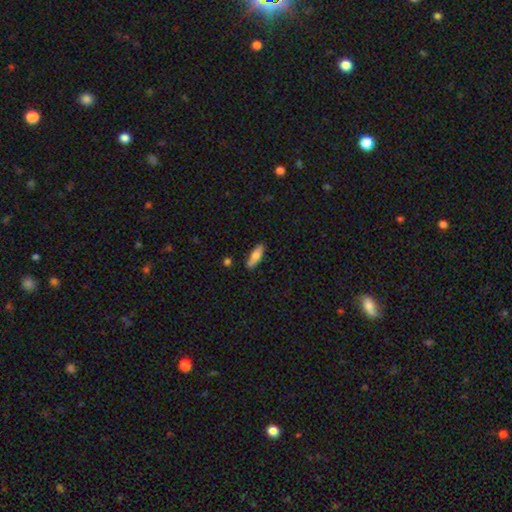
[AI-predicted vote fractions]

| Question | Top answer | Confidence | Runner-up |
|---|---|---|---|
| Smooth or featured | smooth | 73% | featured or disk (21%) |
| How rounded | in between | 55% | cigar-shaped (43%) |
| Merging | none | 82% | minor disturbance (13%) |